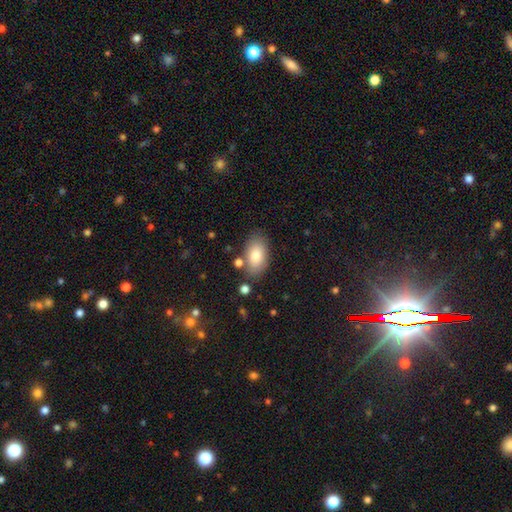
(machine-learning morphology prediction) Q: Smooth or featured?
A: smooth (80%); runner-up: featured or disk (13%)
Q: How rounded?
A: in between (93%); runner-up: round (6%)
Q: Merging?
A: none (77%); runner-up: minor disturbance (13%)